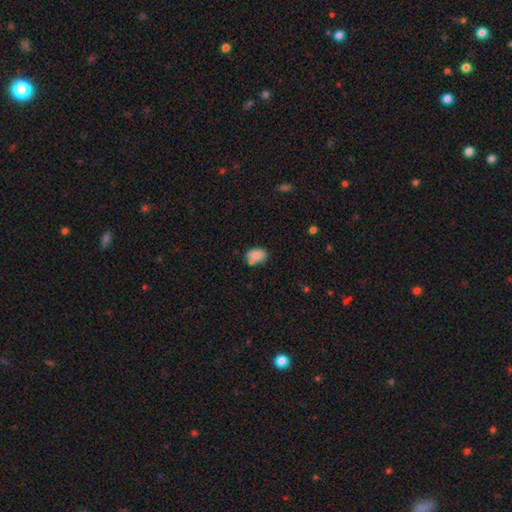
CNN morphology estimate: A smooth galaxy with no disk features (83%) that is in between round and cigar-shaped (78%).

Vote fractions:
- Smooth or featured? smooth: 83% / star or artifact: 9% / featured or disk: 8%
- How rounded? in between: 78% / round: 21% / cigar-shaped: 1%
- Merging? none: 58% / minor disturbance: 19% / merger: 18% / major disturbance: 5%